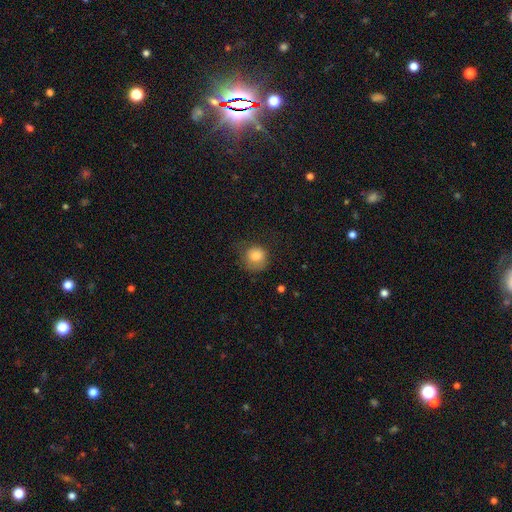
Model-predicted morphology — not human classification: type=smooth (81%); roundness=round (84%); merging=none (56%).